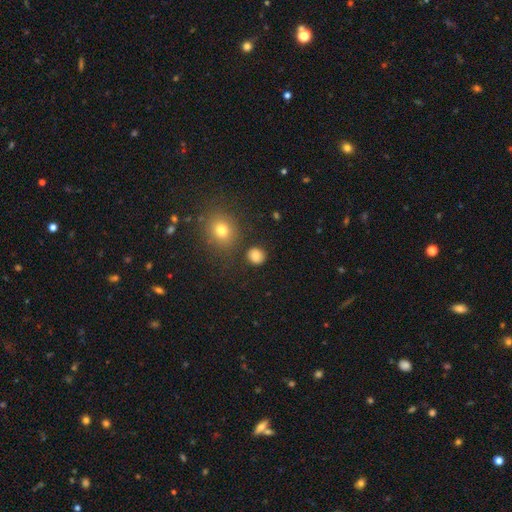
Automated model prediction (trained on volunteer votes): smooth 83%, star or artifact 12%, featured or disk 5%. Down the decision tree: how rounded — round (86%); merging — none (85%).